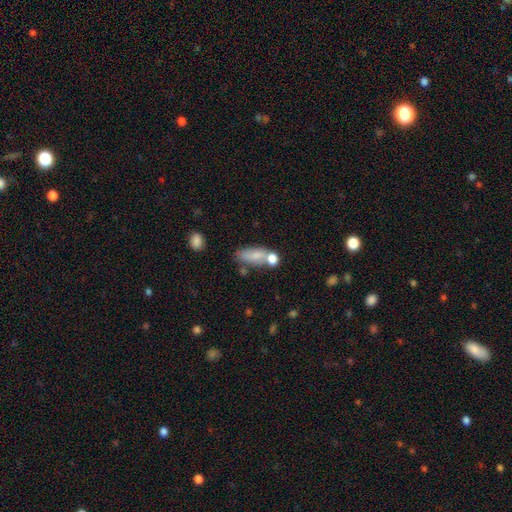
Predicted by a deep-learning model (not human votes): The model was most divided on "merging": none: 44%, merger: 29%, minor disturbance: 18%, major disturbance: 9%. More confident: smooth or featured — smooth (75%); how rounded — in between (74%).